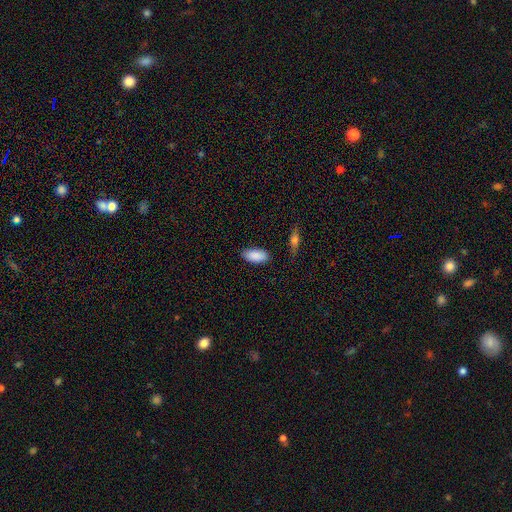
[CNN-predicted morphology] Smooth or featured?
  - smooth: 89% *
  - star or artifact: 6%
  - featured or disk: 5%
How rounded?
  - in between: 92% *
  - cigar-shaped: 6%
  - round: 2%
Merging?
  - none: 83% *
  - minor disturbance: 12%
  - major disturbance: 3%
  - merger: 2%